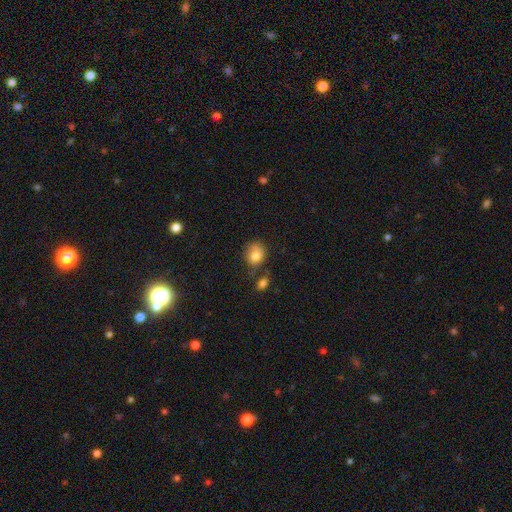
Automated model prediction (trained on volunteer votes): This appears to be a smooth galaxy with no disk features (80%) that is round (65%). Merging: none (53%).